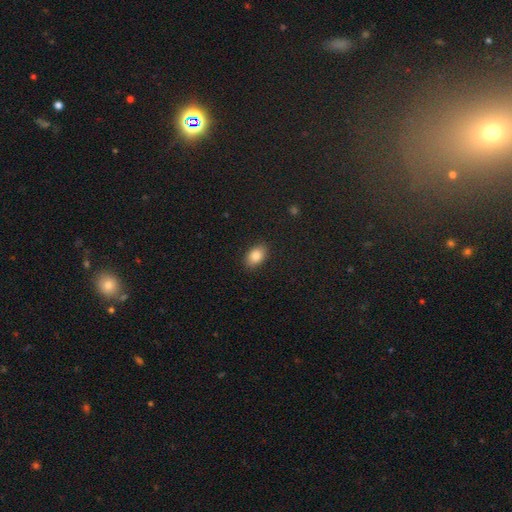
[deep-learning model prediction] smooth_or_featured: smooth (p=0.86) [alt: star or artifact p=0.08]
how_rounded: in between (p=0.86) [alt: round p=0.12]
merging: none (p=0.88) [alt: minor disturbance p=0.09]